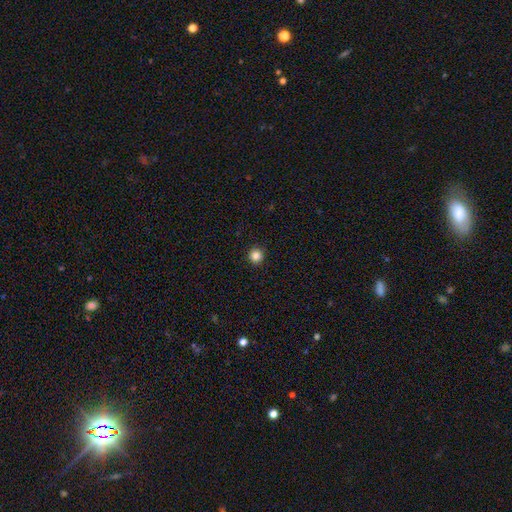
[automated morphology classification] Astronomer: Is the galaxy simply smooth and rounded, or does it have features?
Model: smooth — 85%.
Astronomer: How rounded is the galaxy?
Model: round — 95%.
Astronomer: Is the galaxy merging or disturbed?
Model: none — 93%.